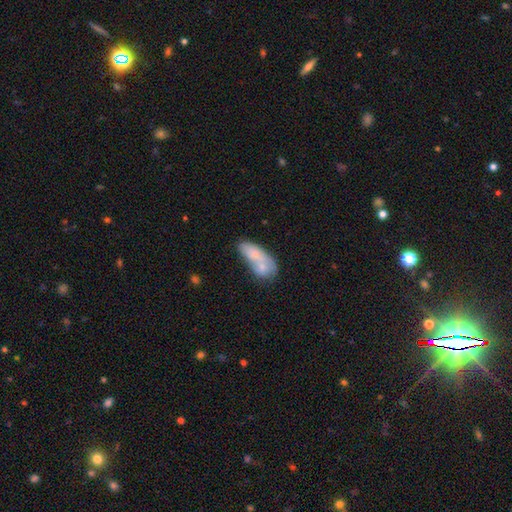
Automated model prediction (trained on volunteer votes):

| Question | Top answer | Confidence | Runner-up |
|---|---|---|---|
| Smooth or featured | smooth | 71% | featured or disk (22%) |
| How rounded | in between | 76% | cigar-shaped (19%) |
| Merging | merger | 55% | none (25%) |